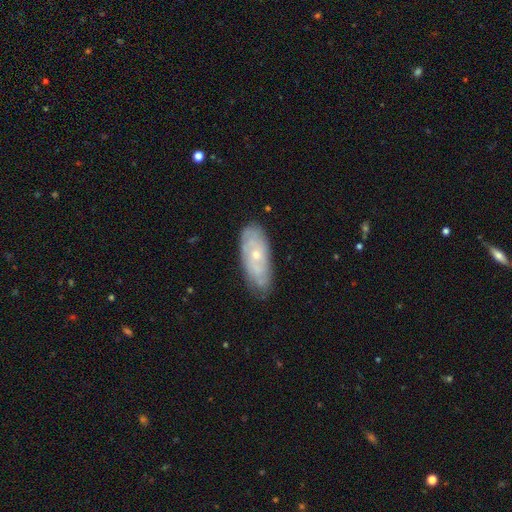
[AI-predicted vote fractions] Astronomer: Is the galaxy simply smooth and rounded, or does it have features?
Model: featured or disk — 62%.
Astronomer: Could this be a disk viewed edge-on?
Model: no — 87%.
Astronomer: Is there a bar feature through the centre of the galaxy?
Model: no — 83%.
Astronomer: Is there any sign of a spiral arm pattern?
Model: yes — 68%.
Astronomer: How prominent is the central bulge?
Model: small — 65%.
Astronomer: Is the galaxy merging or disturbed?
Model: none — 74%.